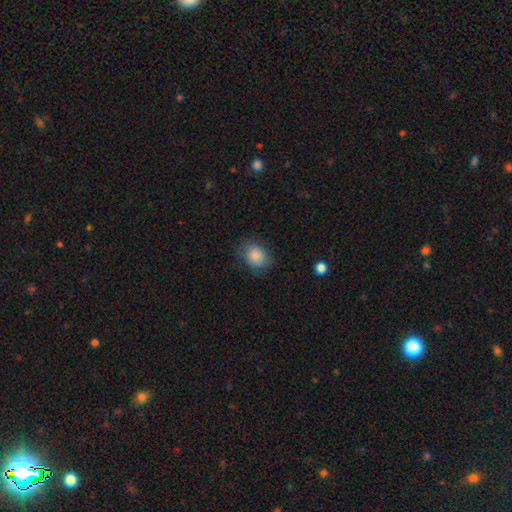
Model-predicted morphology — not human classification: smooth-or-featured: smooth: 87% | star or artifact: 8% | featured or disk: 5%
  how-rounded: in between: 51% | round: 48% | cigar-shaped: 1%
  merging: none: 79% | minor disturbance: 16% | major disturbance: 5% | merger: 1%